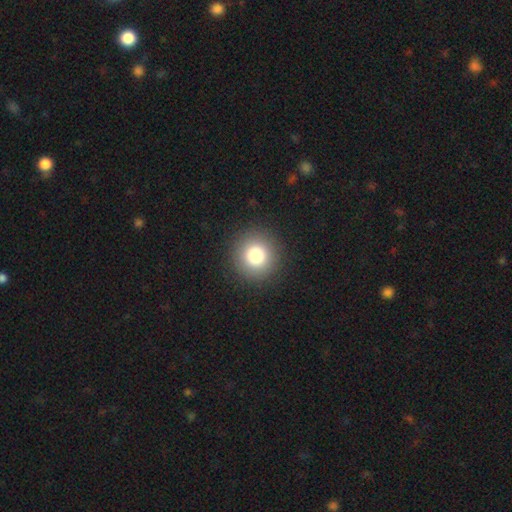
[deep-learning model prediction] smooth_or_featured: smooth (p=0.80) [alt: star or artifact p=0.12]
how_rounded: round (p=0.95) [alt: in between p=0.04]
merging: none (p=0.92) [alt: minor disturbance p=0.05]